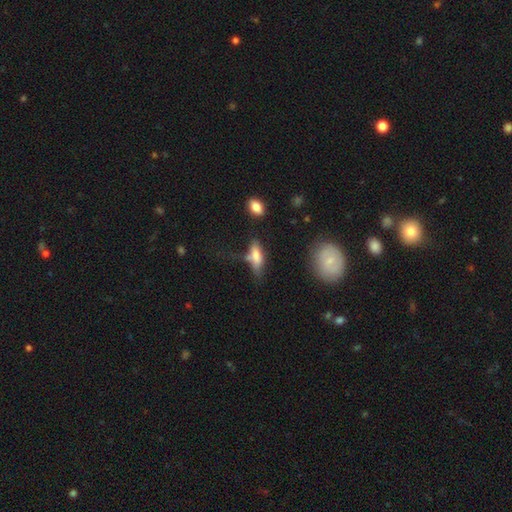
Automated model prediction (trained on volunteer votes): Smooth or featured: smooth — 67% (featured or disk — 24%)
How rounded: in between — 62% (cigar-shaped — 35%)
Merging: none — 42% (minor disturbance — 27%)